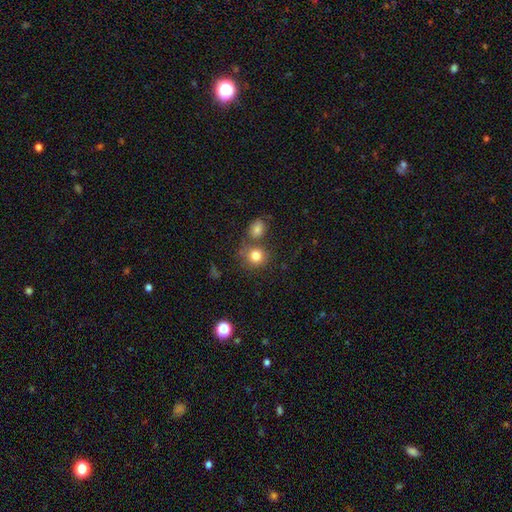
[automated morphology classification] Overall: smooth (81%). How rounded: round (82%). Merging: none (62%).